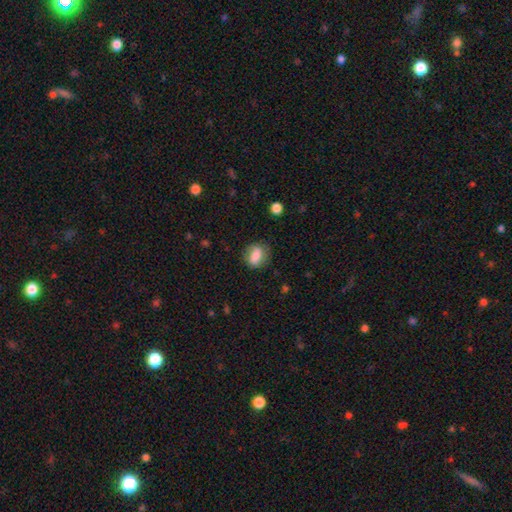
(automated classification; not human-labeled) Smooth or featured? smooth (73%)
How rounded? in between (66%)
Merging? none (75%)